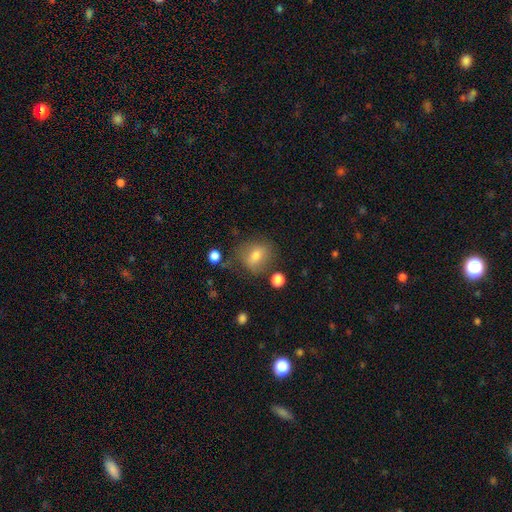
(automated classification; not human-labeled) This is likely a smooth galaxy (69%). How rounded: possibly round (57%). Merging: likely none (68%).